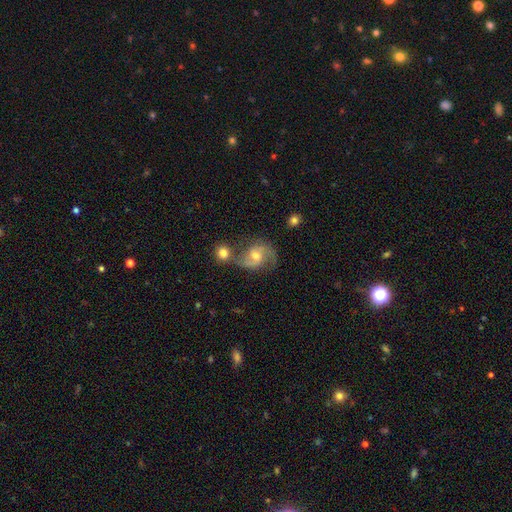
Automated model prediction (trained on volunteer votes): A featured or disk galaxy (82%) with a weak bar (48%), 2 (90%) medium (53%) spiral arms (96%) and a moderate central bulge (58%).

Vote fractions:
- Smooth or featured? featured or disk: 82% / smooth: 11% / star or artifact: 7%
- Edge-on disk? no: 98% / yes: 2%
- Bar? weak: 48% / no: 41% / strong: 11%
- Spiral arms? yes: 96% / no: 4%
- Spiral winding? medium: 53% / loose: 34% / tight: 13%
- Spiral arm count? 2: 90% / can't tell: 4% / 1: 2% / 3: 2% / 4: 1% / more than 4: 1%
- Bulge size? moderate: 58% / small: 34% / large: 4% / none: 3% / dominant: 1%
- Merging? none: 55% / merger: 21% / minor disturbance: 16% / major disturbance: 8%